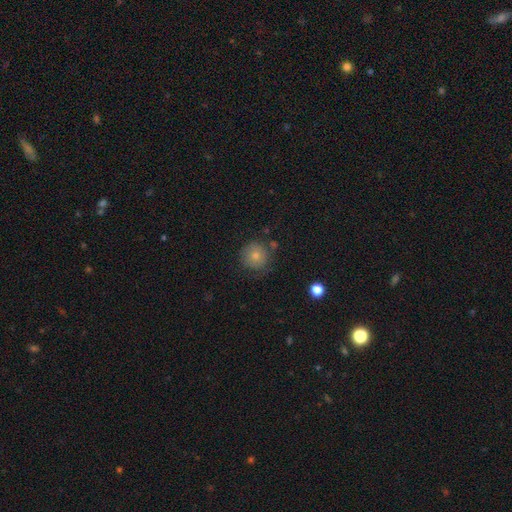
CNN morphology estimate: Smooth or featured?
  - smooth: 79% *
  - featured or disk: 11%
  - star or artifact: 10%
How rounded?
  - round: 94% *
  - in between: 5%
  - cigar-shaped: 1%
Merging?
  - none: 77% *
  - minor disturbance: 15%
  - major disturbance: 4%
  - merger: 4%